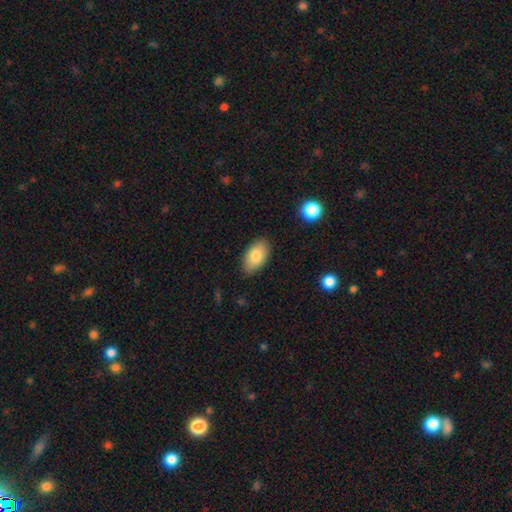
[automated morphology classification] Overall: smooth (83%). How rounded: in between (94%). Merging: none (86%).